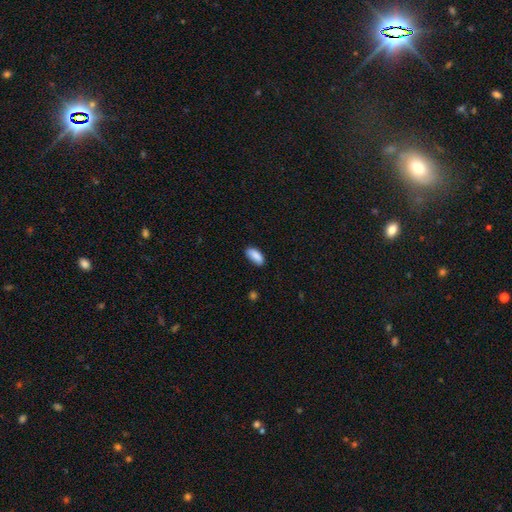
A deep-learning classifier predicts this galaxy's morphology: Smooth or featured? Predicted: smooth (p=0.89). How rounded? Predicted: in between (p=0.86). Merging? Predicted: none (p=0.79).